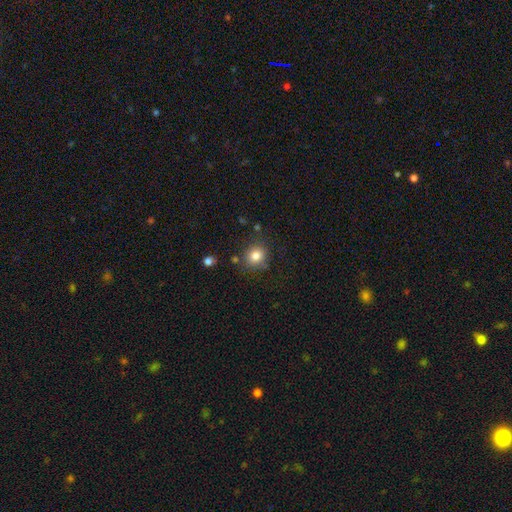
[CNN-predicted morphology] Overall: smooth (82%). How rounded: round (80%). Merging: none (80%).